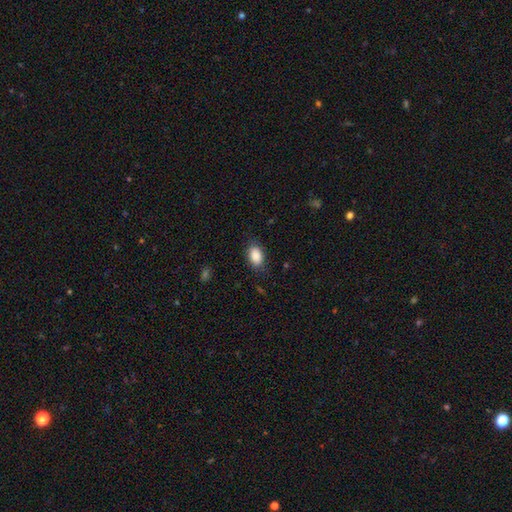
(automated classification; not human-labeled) This appears to be a smooth galaxy with no disk features (88%) that is in between round and cigar-shaped (89%). Merging: none (82%).